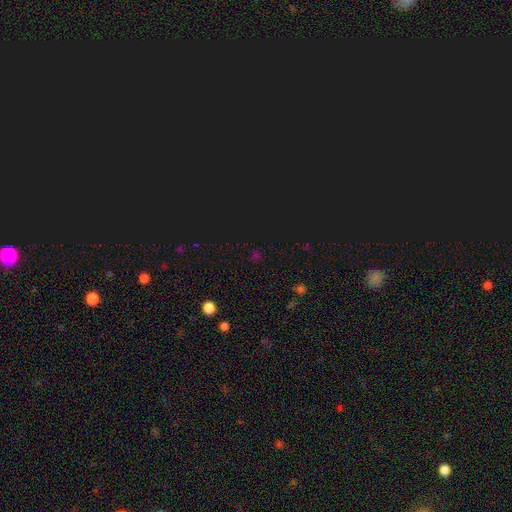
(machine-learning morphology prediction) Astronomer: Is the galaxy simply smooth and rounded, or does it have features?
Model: star or artifact — 67%.